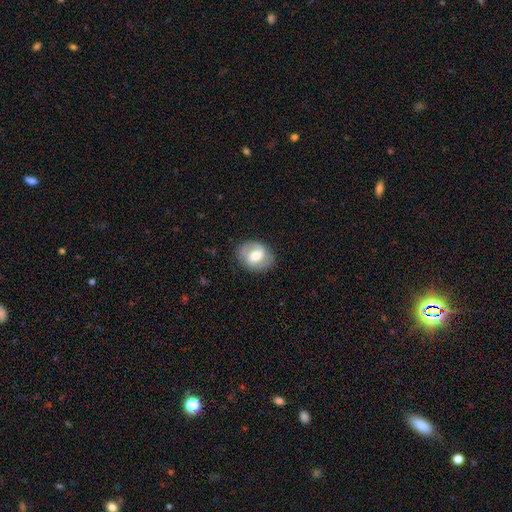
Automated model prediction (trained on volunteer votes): This is likely a featured or disk galaxy (69%). It is clearly not viewed edge-on (97%). Bar: possibly weak (51%). Spiral arm pattern: clearly yes (85%). Spiral arm count: clearly 2 (86%). Spiral winding: possibly medium (48%). Central bulge: likely moderate (66%). Merging: clearly none (82%).